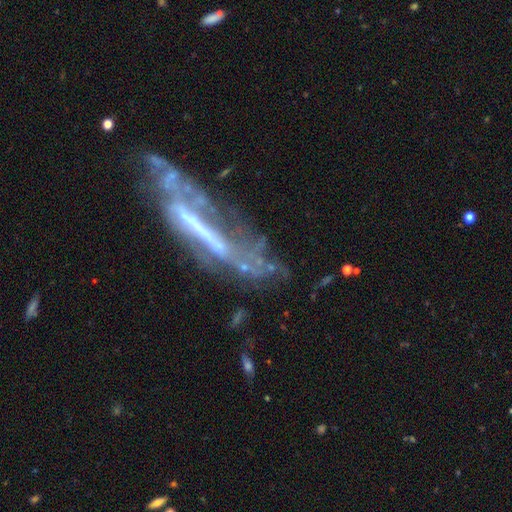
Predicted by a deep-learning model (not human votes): featured or disk 73%, smooth 15%, star or artifact 12%. Down the decision tree: edge-on disk — no (61%); merging — none (38%).